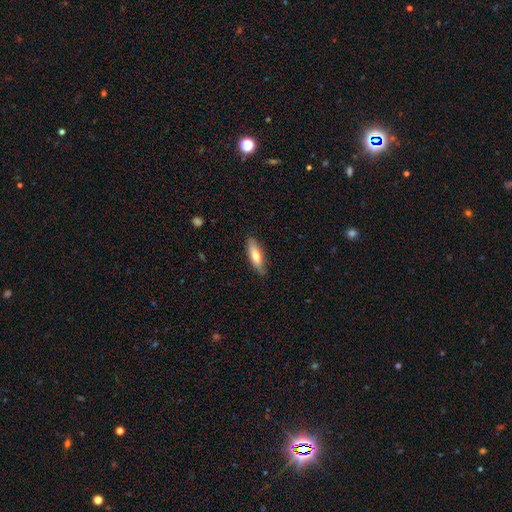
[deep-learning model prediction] Q: Smooth or featured?
A: smooth (70%); runner-up: featured or disk (24%)
Q: How rounded?
A: cigar-shaped (53%); runner-up: in between (45%)
Q: Merging?
A: none (85%); runner-up: minor disturbance (12%)